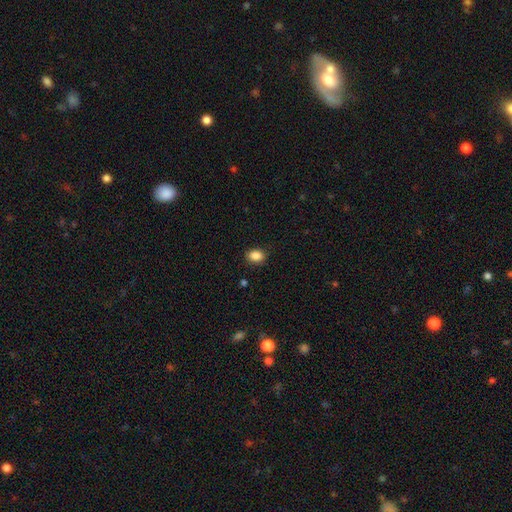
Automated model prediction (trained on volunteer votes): The model was most divided on "how rounded": in between: 70%, round: 29%, cigar-shaped: 1%. More confident: merging — none (87%); smooth or featured — smooth (87%).